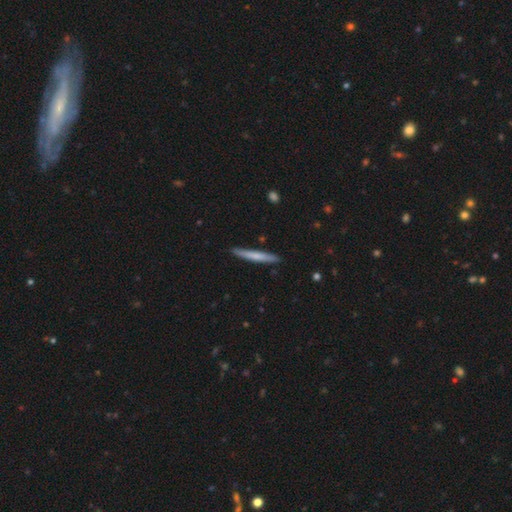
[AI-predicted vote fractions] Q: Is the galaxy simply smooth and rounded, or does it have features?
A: smooth — 65%.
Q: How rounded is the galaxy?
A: cigar-shaped — 96%.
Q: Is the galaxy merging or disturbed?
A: none — 88%.